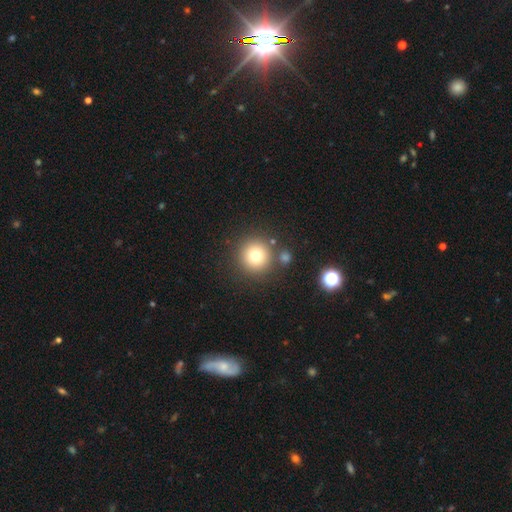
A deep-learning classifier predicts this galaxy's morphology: Smooth or featured? smooth (76%)
How rounded? round (95%)
Merging? none (81%)